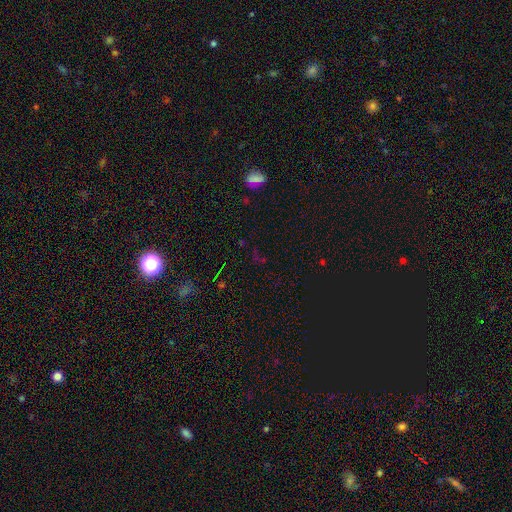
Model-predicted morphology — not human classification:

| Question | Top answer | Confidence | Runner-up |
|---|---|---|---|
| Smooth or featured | star or artifact | 68% | smooth (22%) |